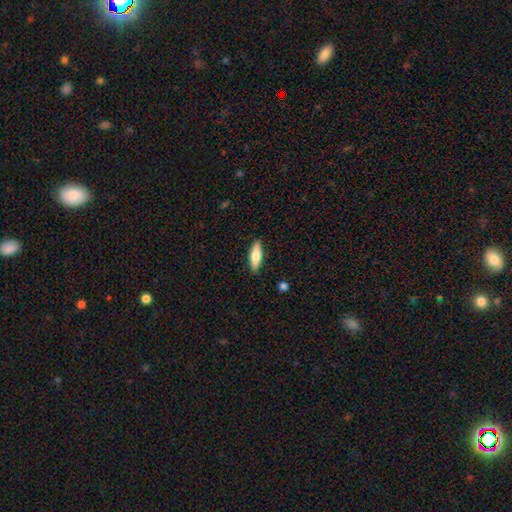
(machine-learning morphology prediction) Smooth or featured? smooth (70%)
How rounded? in between (50%)
Merging? none (88%)